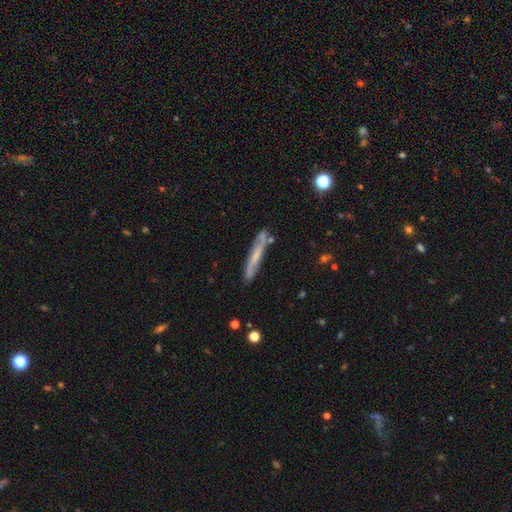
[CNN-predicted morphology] A featured or disk galaxy (47%). Merging: none (74%).